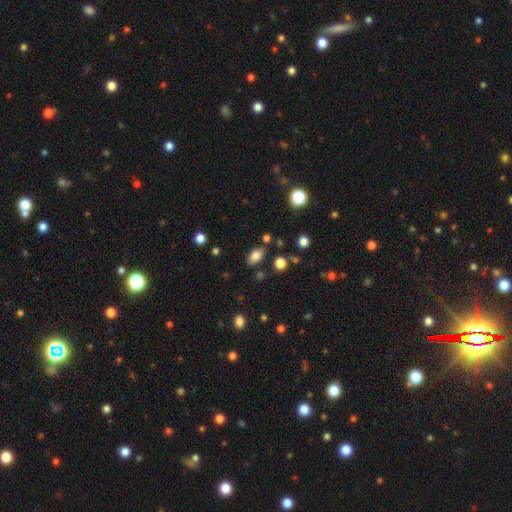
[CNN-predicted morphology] Smooth or featured? Predicted: smooth (p=0.80). How rounded? Predicted: in between (p=0.89). Merging? Predicted: none (p=0.81).